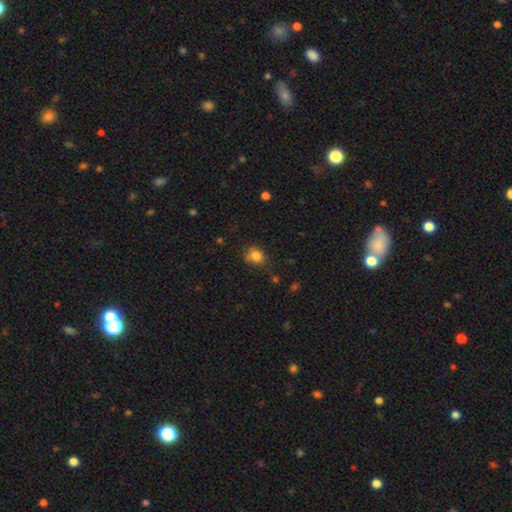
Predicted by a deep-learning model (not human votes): Smooth or featured: smooth — 81% (star or artifact — 12%)
How rounded: round — 64% (in between — 35%)
Merging: none — 63% (minor disturbance — 25%)